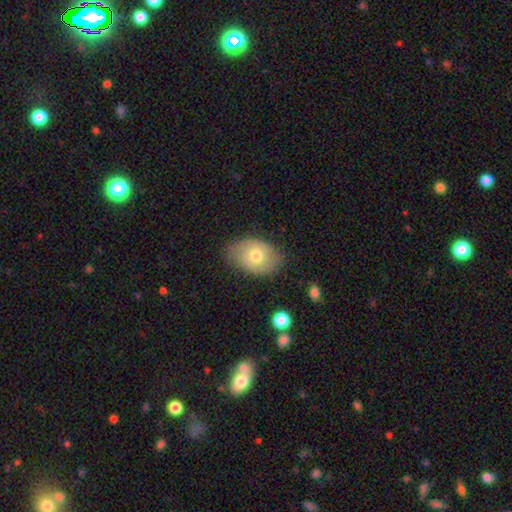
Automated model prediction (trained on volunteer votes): The model was most divided on "smooth or featured": smooth: 66%, featured or disk: 26%, star or artifact: 8%. More confident: how rounded — in between (80%); merging — none (70%).